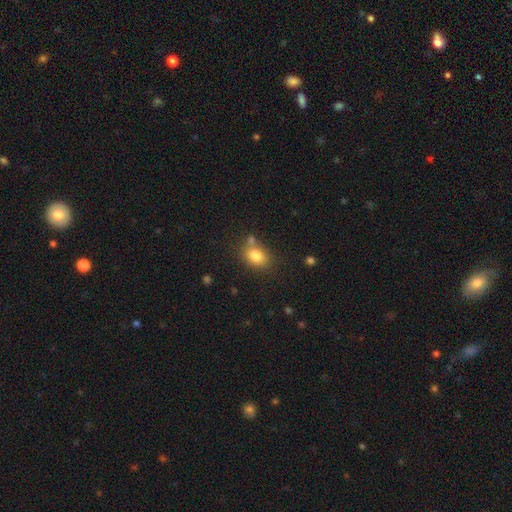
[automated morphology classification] The model was most divided on "how rounded": in between: 66%, round: 33%, cigar-shaped: 1%. More confident: smooth or featured — smooth (81%); merging — none (68%).